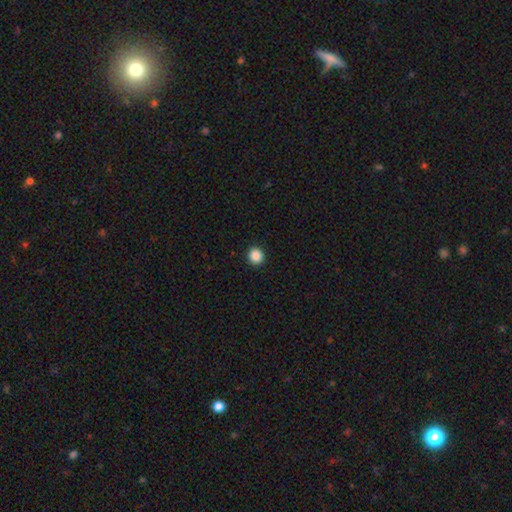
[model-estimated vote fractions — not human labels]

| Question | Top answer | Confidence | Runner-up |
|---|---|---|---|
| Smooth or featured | smooth | 88% | star or artifact (10%) |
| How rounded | round | 91% | in between (8%) |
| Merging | none | 93% | minor disturbance (5%) |